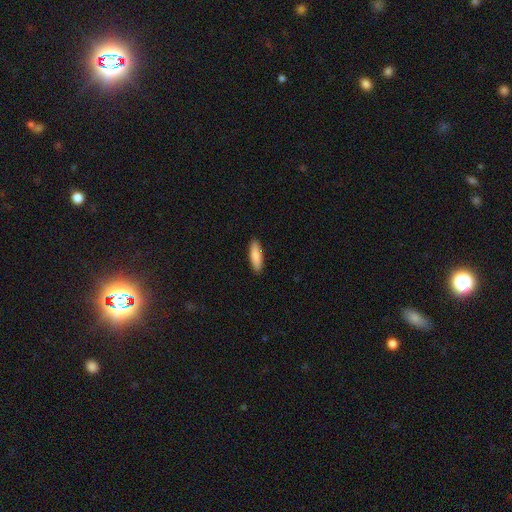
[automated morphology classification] The model was most divided on "how rounded": cigar-shaped: 60%, in between: 39%, round: 2%. More confident: merging — none (91%); smooth or featured — smooth (85%).